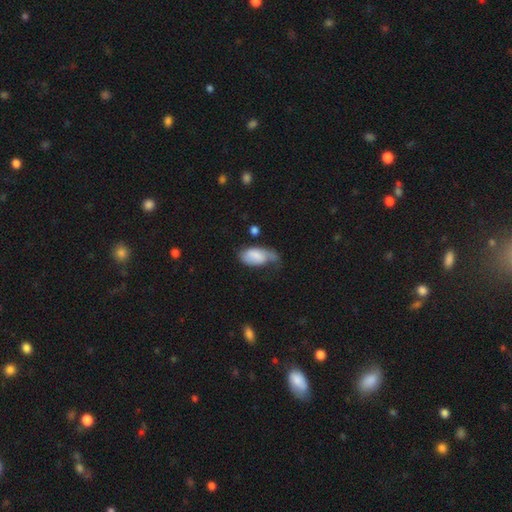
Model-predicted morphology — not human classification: type=smooth (70%); roundness=in between (93%); merging=minor disturbance (36%).